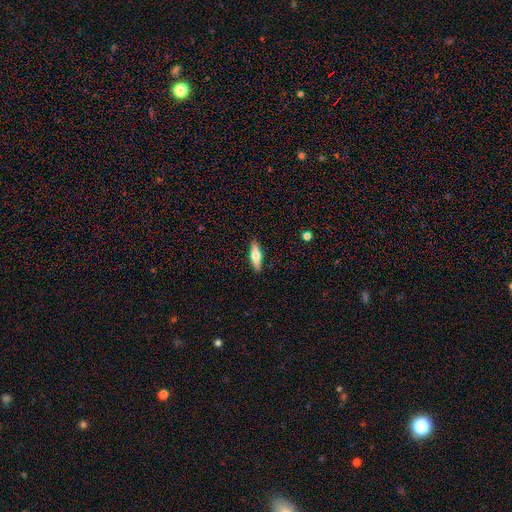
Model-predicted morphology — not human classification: A smooth galaxy with no disk features (54%) that is cigar-shaped (61%). Merging: none (89%).